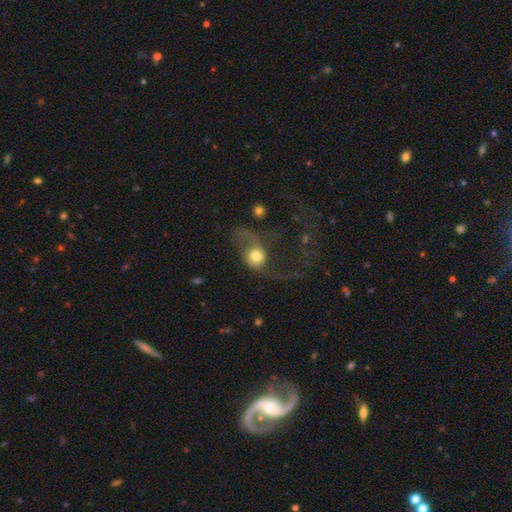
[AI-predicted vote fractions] Smooth or featured: smooth — 54% (featured or disk — 37%)
How rounded: round — 68% (in between — 30%)
Merging: major disturbance — 55% (none — 25%)